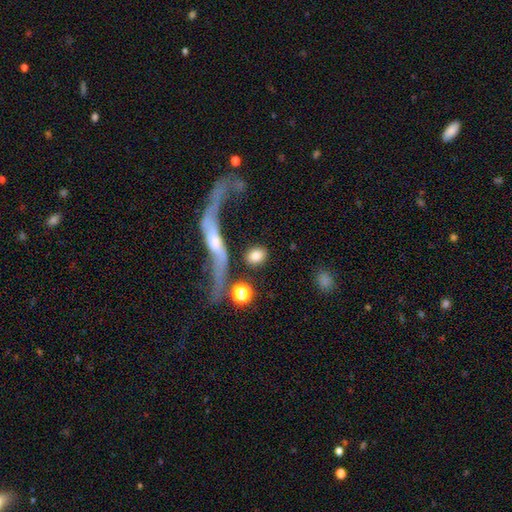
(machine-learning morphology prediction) Smooth or featured? Predicted: smooth (p=0.81). How rounded? Predicted: in between (p=0.51). Merging? Predicted: none (p=0.72).